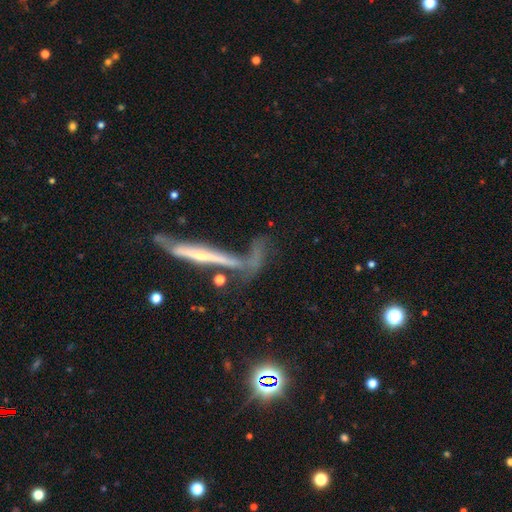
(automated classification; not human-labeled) Q: Smooth or featured?
A: featured or disk (62%); runner-up: smooth (26%)
Q: Edge-on disk?
A: yes (78%); runner-up: no (22%)
Q: Merging?
A: none (37%); runner-up: major disturbance (23%)